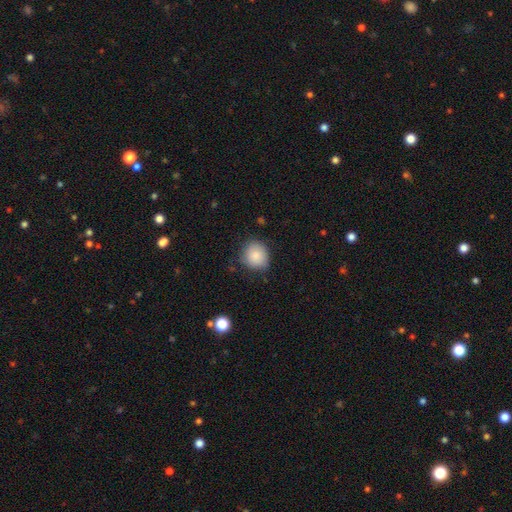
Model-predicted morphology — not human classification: Smooth or featured? Predicted: smooth (p=0.85). How rounded? Predicted: round (p=0.81). Merging? Predicted: none (p=0.75).